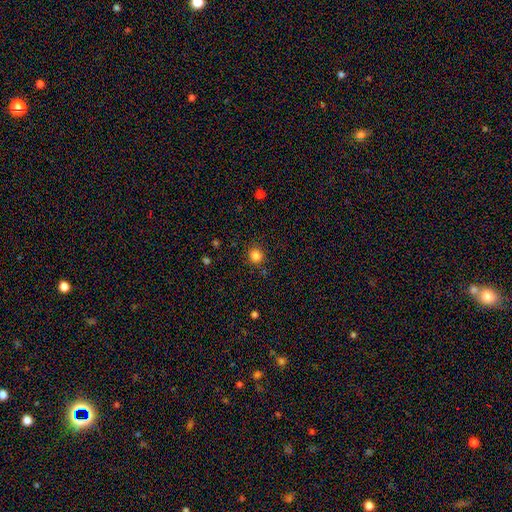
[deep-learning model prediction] Smooth or featured?
  - smooth: 83% *
  - star or artifact: 13%
  - featured or disk: 4%
How rounded?
  - round: 91% *
  - in between: 8%
  - cigar-shaped: 1%
Merging?
  - none: 88% *
  - minor disturbance: 8%
  - major disturbance: 2%
  - merger: 2%